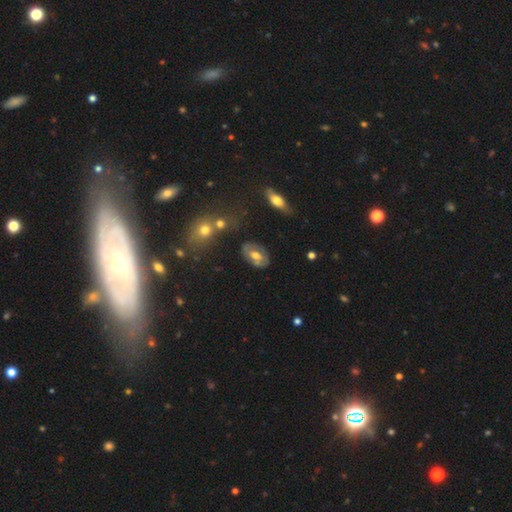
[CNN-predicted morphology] Smooth or featured: featured or disk — 49% (smooth — 44%)
Merging: none — 75% (minor disturbance — 16%)